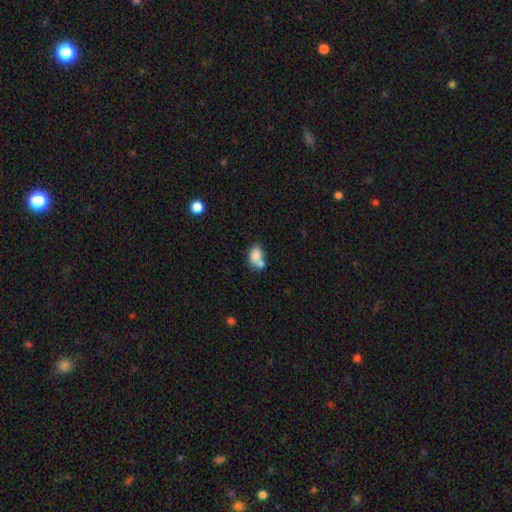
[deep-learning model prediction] A smooth galaxy with no disk features (80%) that is in between round and cigar-shaped (76%). Merging: merger (50%).